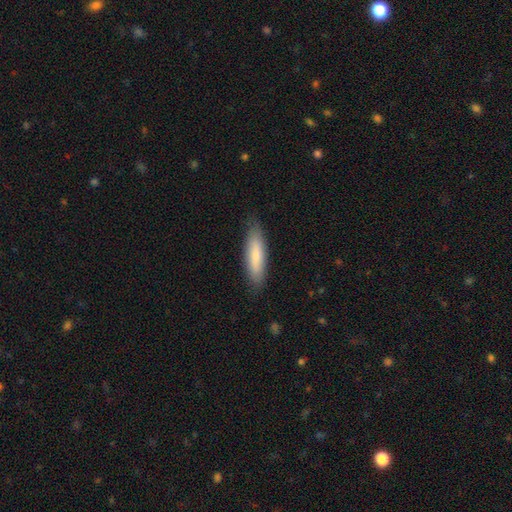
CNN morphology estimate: This appears to be a smooth galaxy with no disk features (79%) that is cigar-shaped (69%). Merging: none (83%).